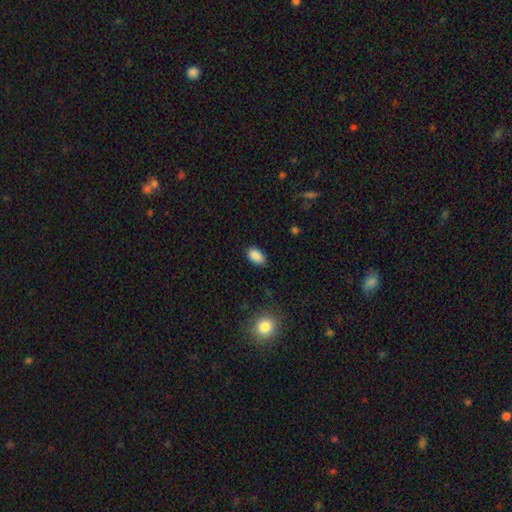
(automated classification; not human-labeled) Smooth or featured?
  - smooth: 88% *
  - star or artifact: 8%
  - featured or disk: 3%
How rounded?
  - in between: 92% *
  - round: 7%
  - cigar-shaped: 2%
Merging?
  - none: 85% *
  - minor disturbance: 11%
  - major disturbance: 2%
  - merger: 1%